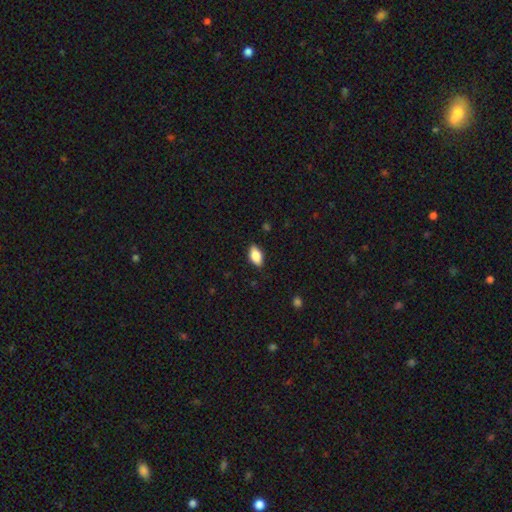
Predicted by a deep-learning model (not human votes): This is clearly a smooth galaxy (84%). How rounded: clearly in between (91%). Merging: clearly none (85%).